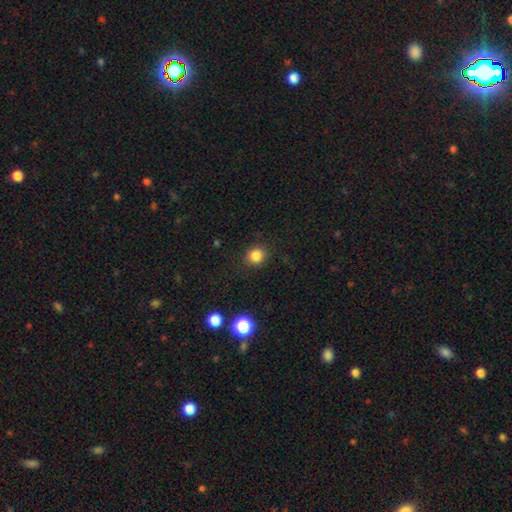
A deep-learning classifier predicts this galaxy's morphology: Overall: smooth (84%). How rounded: round (87%). Merging: none (89%).